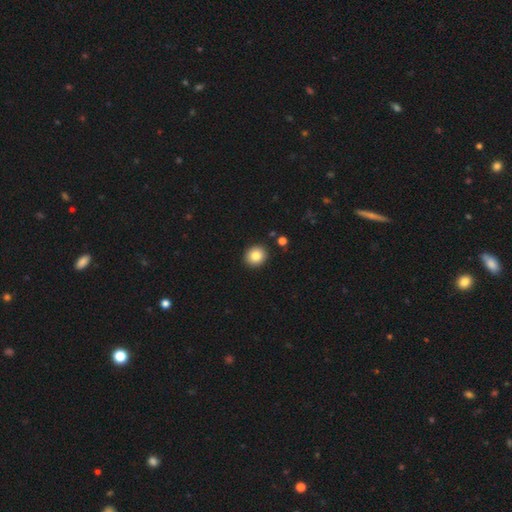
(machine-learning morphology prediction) Smooth or featured: smooth — 84% (star or artifact — 9%)
How rounded: round — 81% (in between — 18%)
Merging: none — 91% (minor disturbance — 6%)